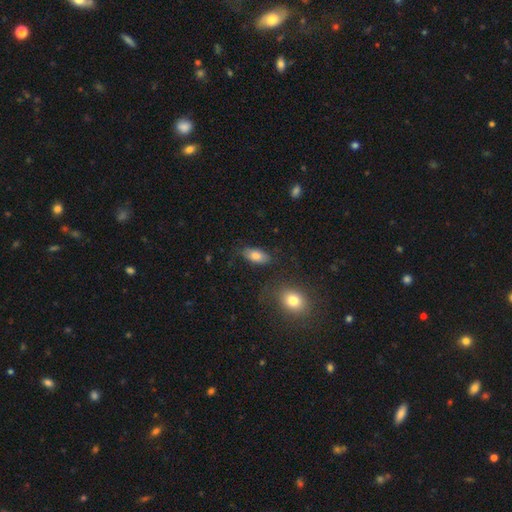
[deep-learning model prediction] Overall: smooth (82%). How rounded: in between (91%). Merging: none (76%).